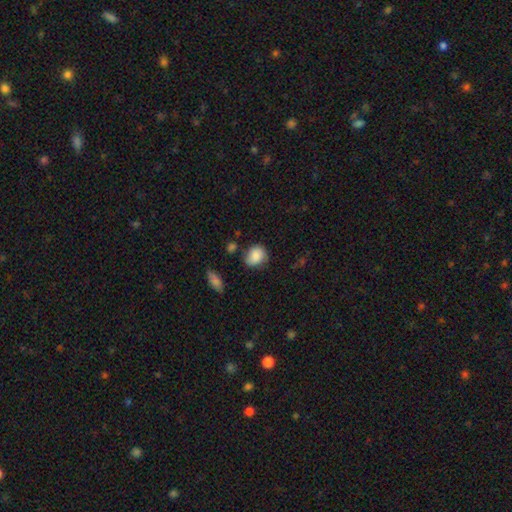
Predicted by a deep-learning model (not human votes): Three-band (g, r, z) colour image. It shows a smooth galaxy with no disk features (79%) that is round (65%). Merging: none (65%).